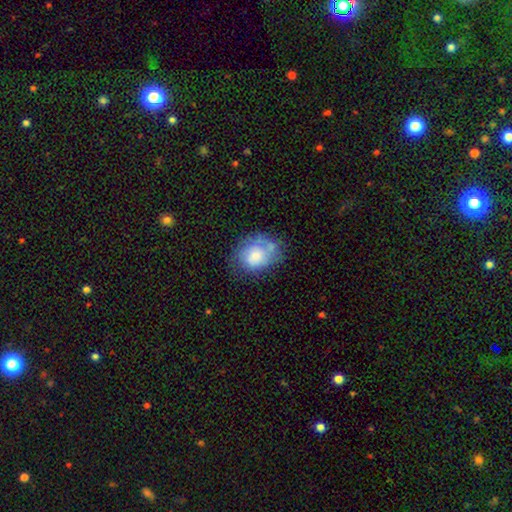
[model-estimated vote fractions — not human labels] Smooth or featured? smooth (61%)
How rounded? in between (54%)
Merging? none (46%)